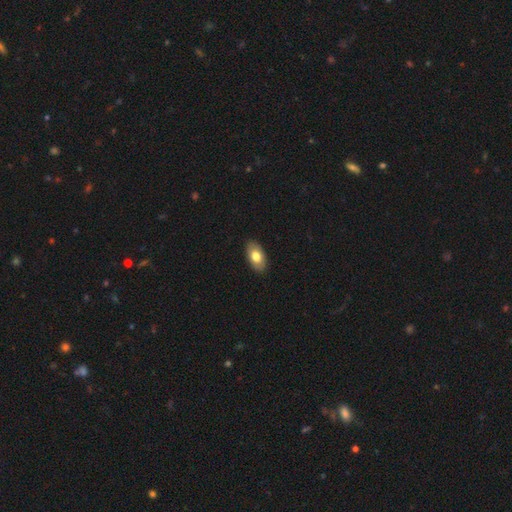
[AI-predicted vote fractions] Smooth or featured? Predicted: smooth (p=0.77). How rounded? Predicted: in between (p=0.94). Merging? Predicted: none (p=0.90).